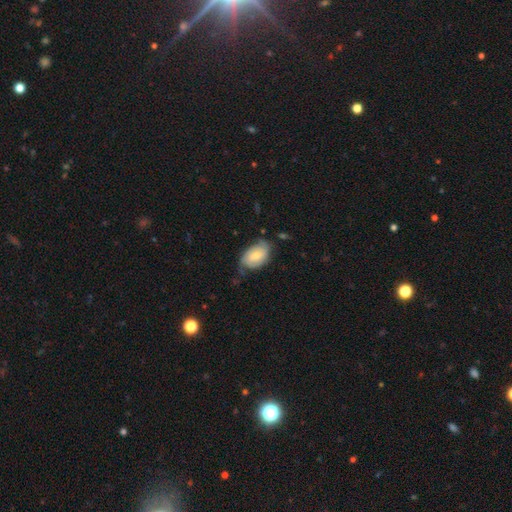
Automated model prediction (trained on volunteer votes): This appears to be a smooth galaxy with no disk features (51%) that is in between round and cigar-shaped (88%). Merging: none (49%).